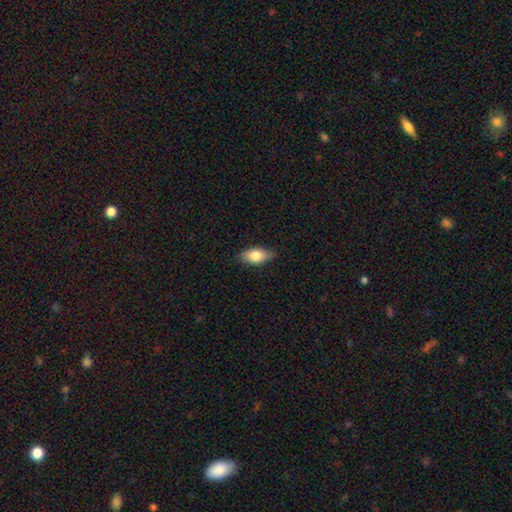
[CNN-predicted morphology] Smooth or featured?
  - smooth: 75% *
  - featured or disk: 18%
  - star or artifact: 7%
How rounded?
  - in between: 85% *
  - cigar-shaped: 10%
  - round: 5%
Merging?
  - none: 82% *
  - minor disturbance: 15%
  - major disturbance: 3%
  - merger: 1%